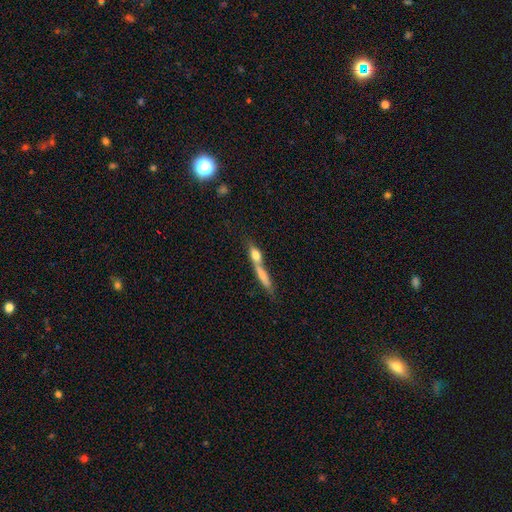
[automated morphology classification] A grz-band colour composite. It shows a smooth galaxy with no disk features (64%) that is cigar-shaped (56%). Merging: merger (58%).